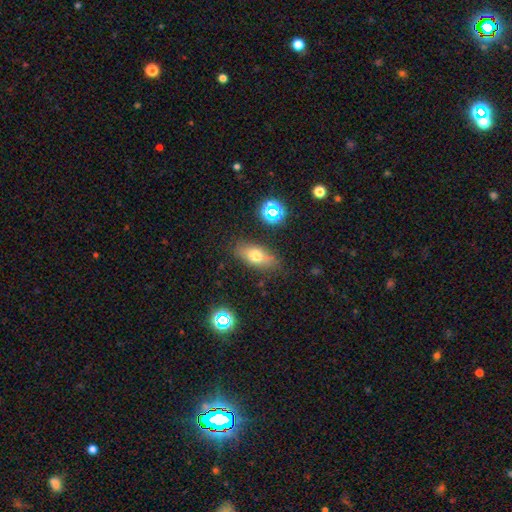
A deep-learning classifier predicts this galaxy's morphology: This appears to be a smooth galaxy with no disk features (66%) that is in between round and cigar-shaped (77%). Merging: none (79%).